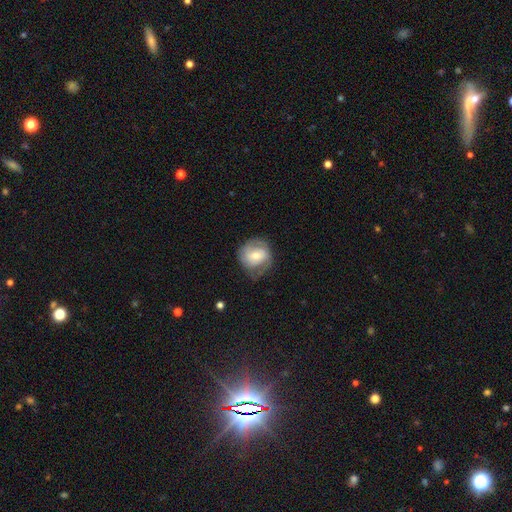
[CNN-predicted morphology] smooth_or_featured: featured or disk (p=0.50) [alt: smooth p=0.44]
merging: none (p=0.59) [alt: minor disturbance p=0.26]